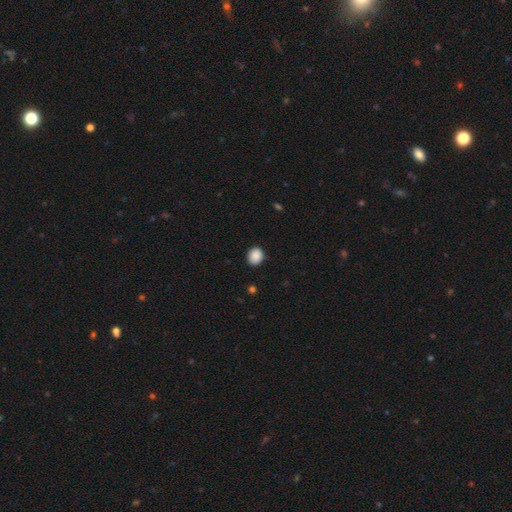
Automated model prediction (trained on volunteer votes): This appears to be a smooth galaxy with no disk features (89%) that is round (75%). Merging: none (89%).